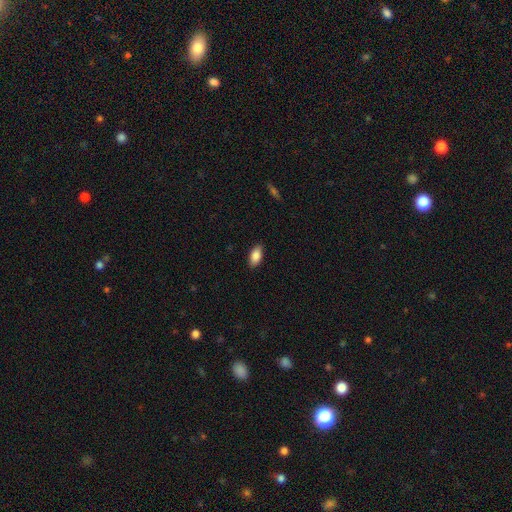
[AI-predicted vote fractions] This is clearly a smooth galaxy (86%). How rounded: clearly in between (92%). Merging: clearly none (88%).